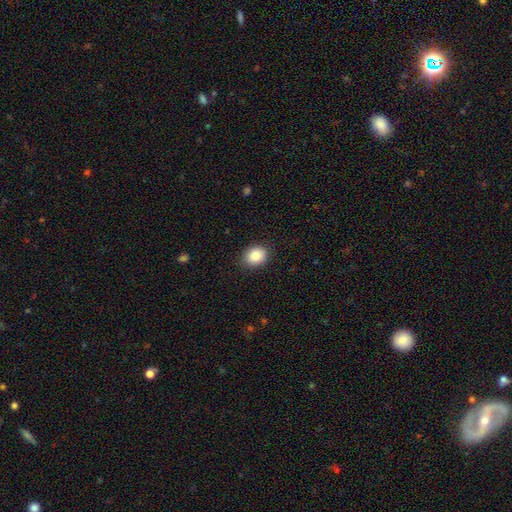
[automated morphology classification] The model was most divided on "how rounded": in between: 52%, round: 47%, cigar-shaped: 1%. More confident: merging — none (88%); smooth or featured — smooth (86%).